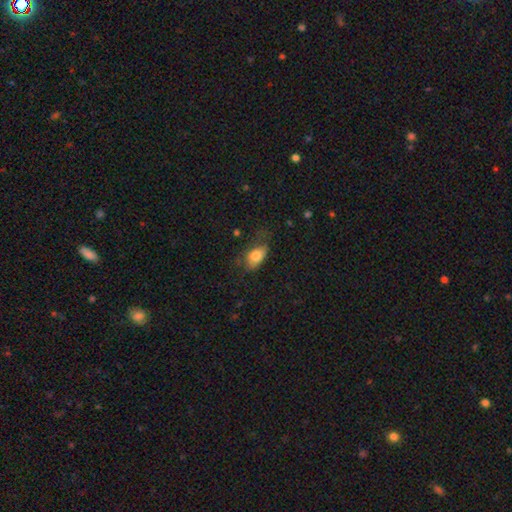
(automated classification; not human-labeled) Smooth or featured? smooth (78%)
How rounded? in between (88%)
Merging? none (46%)